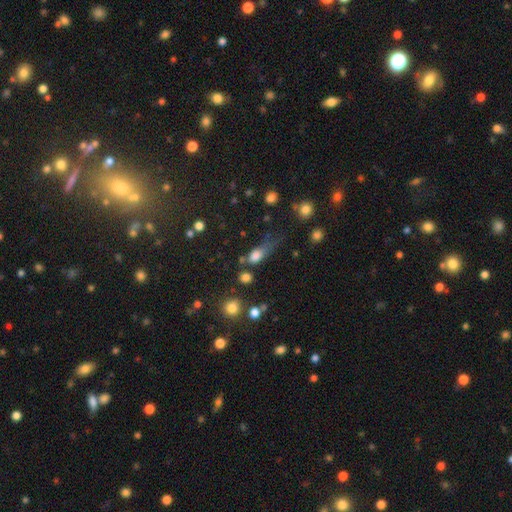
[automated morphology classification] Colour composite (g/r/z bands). It shows a smooth galaxy with no disk features (79%) that is in between round and cigar-shaped (73%). Merging: minor disturbance (31%).